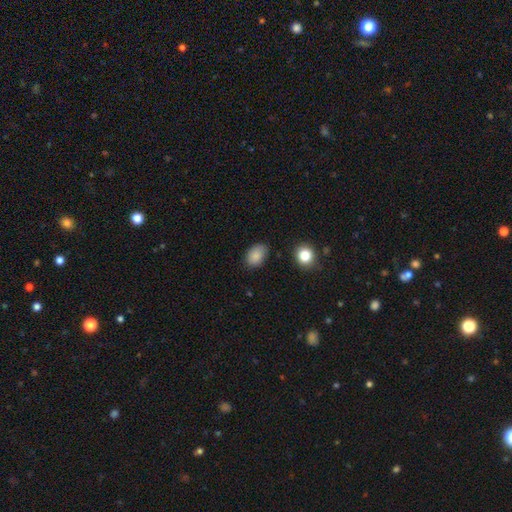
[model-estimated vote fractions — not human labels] A smooth galaxy with no disk features (87%) that is in between round and cigar-shaped (85%).

Vote fractions:
- Smooth or featured? smooth: 87% / star or artifact: 8% / featured or disk: 4%
- How rounded? in between: 85% / round: 14% / cigar-shaped: 1%
- Merging? none: 80% / minor disturbance: 15% / major disturbance: 3% / merger: 2%